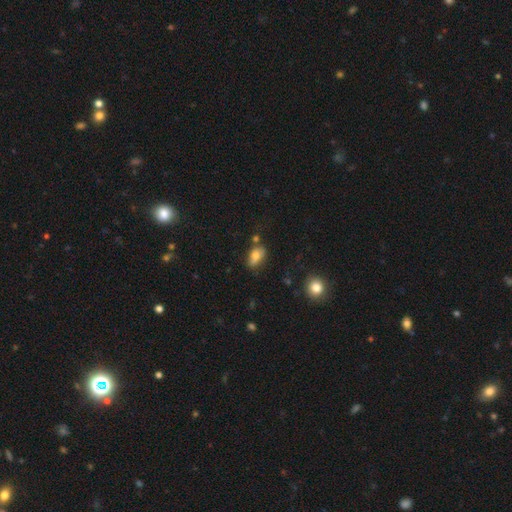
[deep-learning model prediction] smooth_or_featured: smooth (p=0.74) [alt: featured or disk p=0.17]
how_rounded: in between (p=0.85) [alt: round p=0.11]
merging: none (p=0.60) [alt: minor disturbance p=0.24]